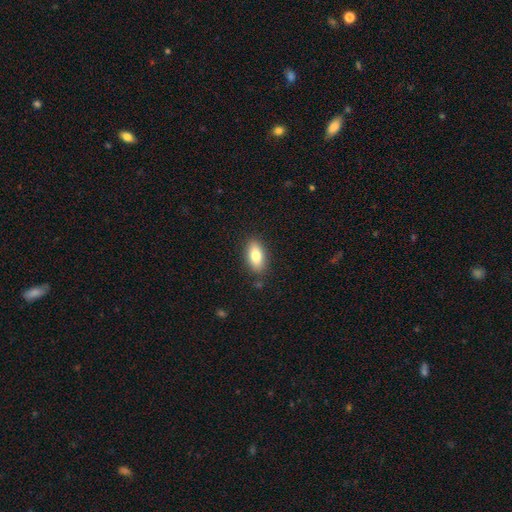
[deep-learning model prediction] Morphology: type=smooth (79%); roundness=in between (85%); merging=none (86%).